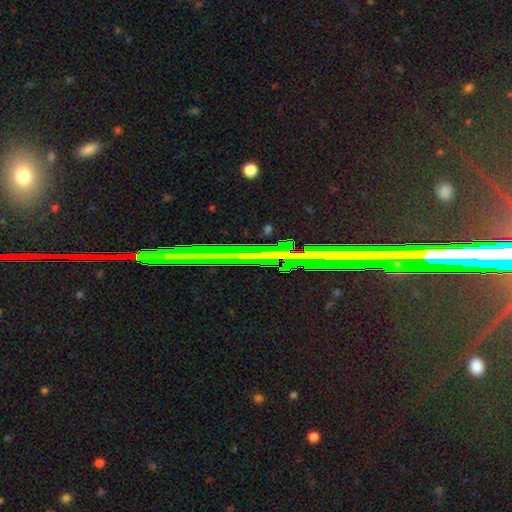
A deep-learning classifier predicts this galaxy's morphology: smooth-or-featured: star or artifact: 70% | featured or disk: 16% | smooth: 14%